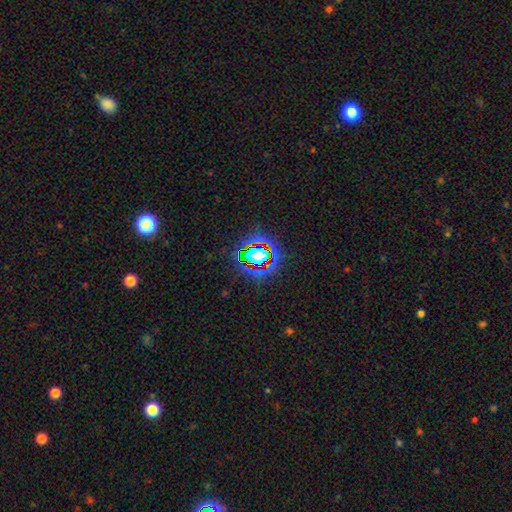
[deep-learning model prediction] A star or artifact, not a galaxy (64%).

Vote fractions:
- Smooth or featured? star or artifact: 64% / smooth: 23% / featured or disk: 13%